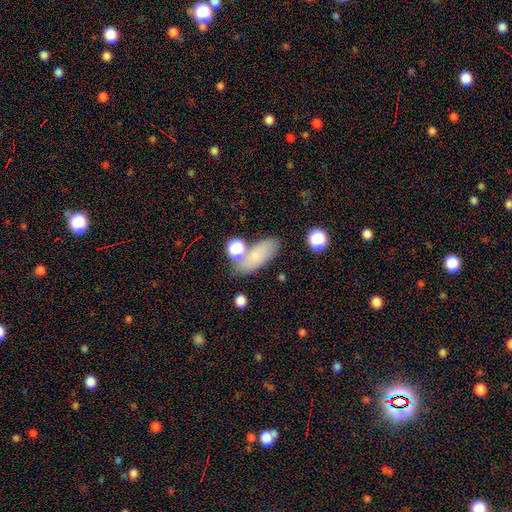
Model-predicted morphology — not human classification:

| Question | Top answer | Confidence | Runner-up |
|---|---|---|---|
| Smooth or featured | smooth | 75% | featured or disk (15%) |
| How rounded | in between | 82% | cigar-shaped (12%) |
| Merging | none | 64% | minor disturbance (17%) |